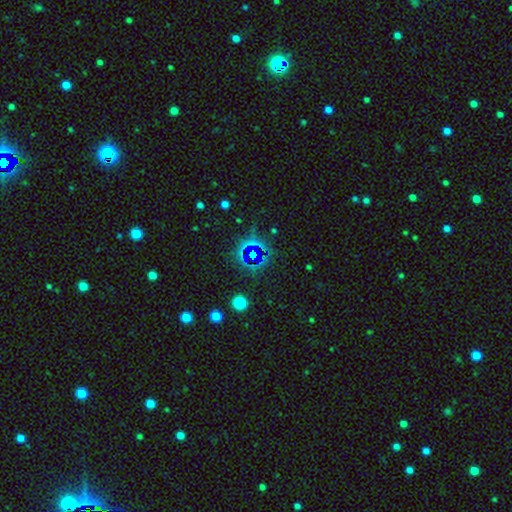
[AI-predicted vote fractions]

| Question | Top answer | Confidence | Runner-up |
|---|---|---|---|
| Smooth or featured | star or artifact | 72% | smooth (18%) |